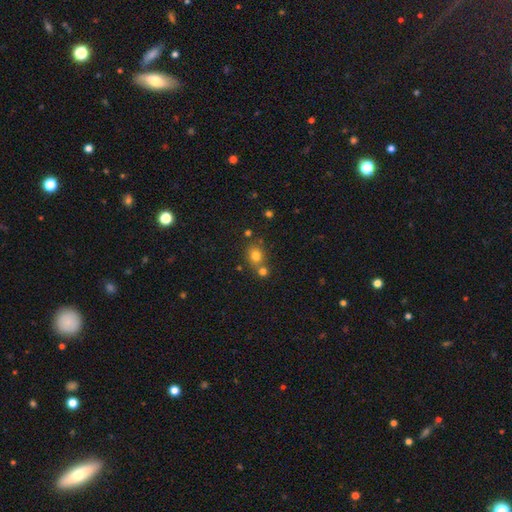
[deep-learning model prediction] This is likely a smooth galaxy (76%). How rounded: likely round (73%). Merging: possibly none (56%).